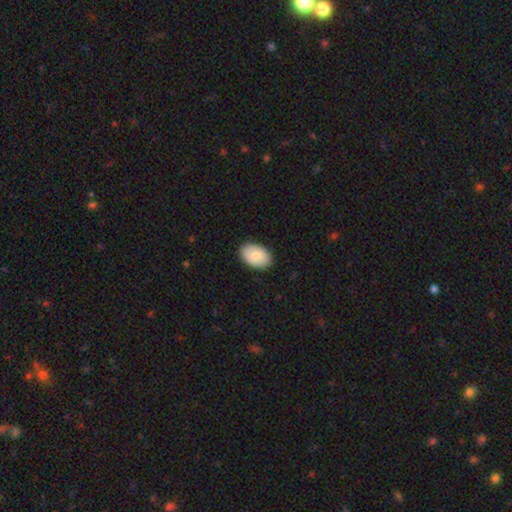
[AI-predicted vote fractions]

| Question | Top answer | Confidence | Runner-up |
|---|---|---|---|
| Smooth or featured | smooth | 80% | featured or disk (14%) |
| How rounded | in between | 89% | round (10%) |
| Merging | none | 89% | minor disturbance (8%) |